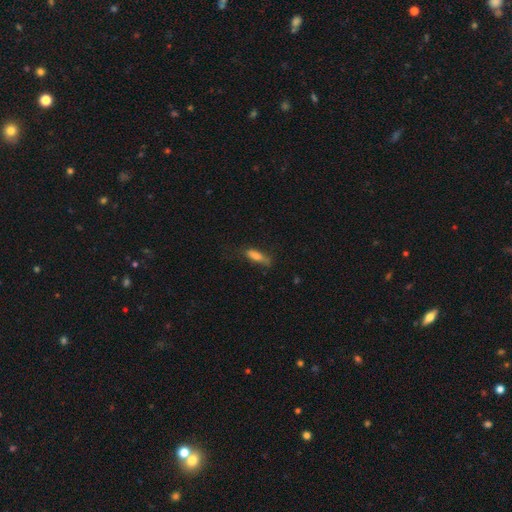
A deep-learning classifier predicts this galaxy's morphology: Smooth or featured?
  - smooth: 78% *
  - featured or disk: 13%
  - star or artifact: 9%
How rounded?
  - in between: 53% *
  - cigar-shaped: 45%
  - round: 2%
Merging?
  - none: 54% *
  - minor disturbance: 29%
  - major disturbance: 14%
  - merger: 2%